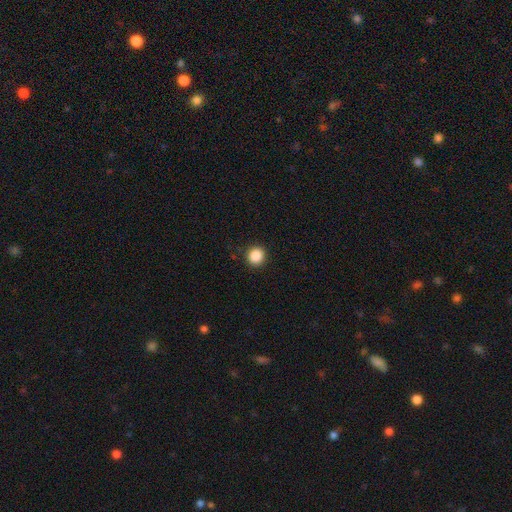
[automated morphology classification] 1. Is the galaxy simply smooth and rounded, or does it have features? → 88% smooth, 10% star or artifact, 3% featured or disk.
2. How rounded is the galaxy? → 93% round, 6% in between, 1% cigar-shaped.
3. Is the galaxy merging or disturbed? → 91% none, 6% minor disturbance, 2% major disturbance, 1% merger.